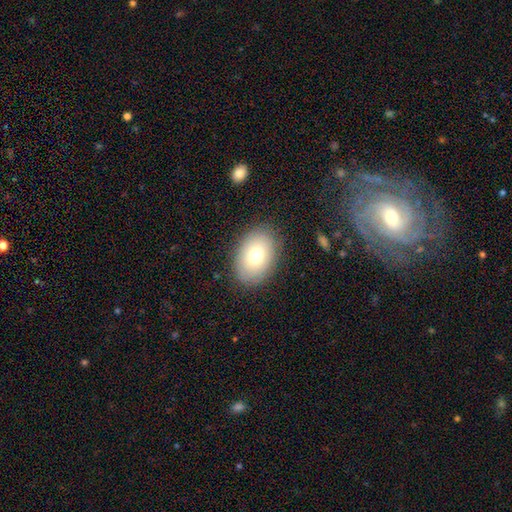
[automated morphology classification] The model was most divided on "smooth or featured": smooth: 75%, featured or disk: 16%, star or artifact: 9%. More confident: merging — none (86%); how rounded — in between (81%).